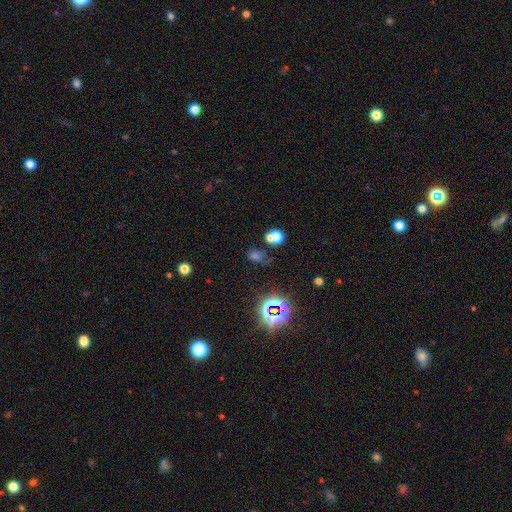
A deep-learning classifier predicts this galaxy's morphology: This appears to be a star or artifact, not a galaxy (48%).